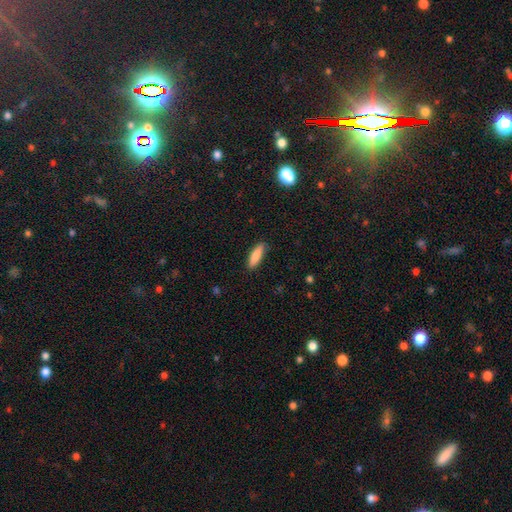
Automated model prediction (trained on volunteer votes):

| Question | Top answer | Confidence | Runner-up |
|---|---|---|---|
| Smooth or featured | smooth | 84% | featured or disk (9%) |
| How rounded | cigar-shaped | 57% | in between (41%) |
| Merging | none | 87% | minor disturbance (10%) |